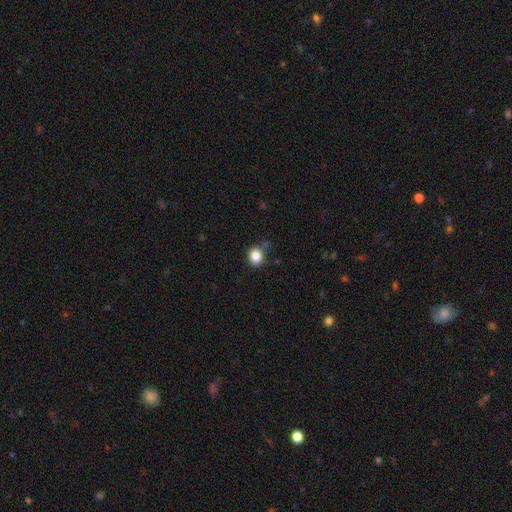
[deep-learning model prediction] Overall: smooth (85%). How rounded: round (60%; in between 39%). Merging: none (77%).